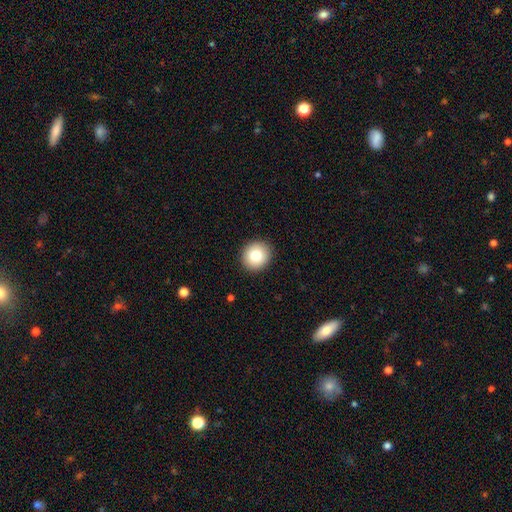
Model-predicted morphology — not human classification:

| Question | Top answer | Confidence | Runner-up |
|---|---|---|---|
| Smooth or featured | smooth | 81% | featured or disk (10%) |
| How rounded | round | 88% | in between (11%) |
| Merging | none | 92% | minor disturbance (6%) |